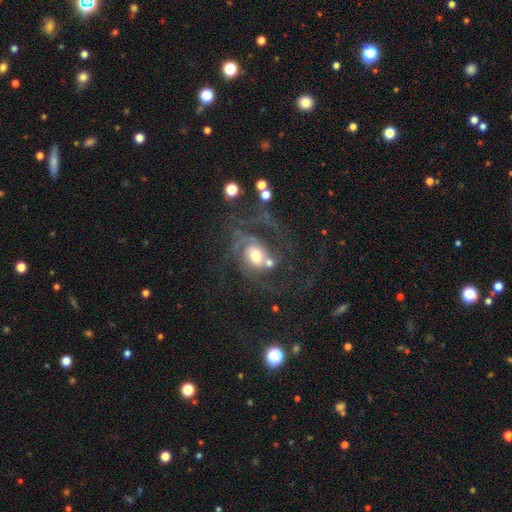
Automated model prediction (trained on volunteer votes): Smooth or featured? featured or disk (78%)
Edge-on disk? no (97%)
Bar? no (62%)
Spiral arms? yes (90%)
Spiral winding? medium (43%)
Spiral arm count? 2 (32%)
Bulge size? moderate (56%)
Merging? none (36%)